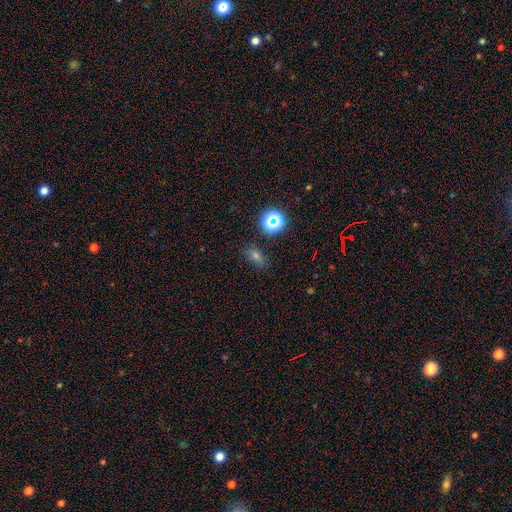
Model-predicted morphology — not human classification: A smooth galaxy with no disk features (61%) that is in between round and cigar-shaped (70%).

Vote fractions:
- Smooth or featured? smooth: 61% / star or artifact: 29% / featured or disk: 10%
- How rounded? in between: 70% / round: 26% / cigar-shaped: 4%
- Merging? none: 79% / minor disturbance: 14% / major disturbance: 4% / merger: 3%